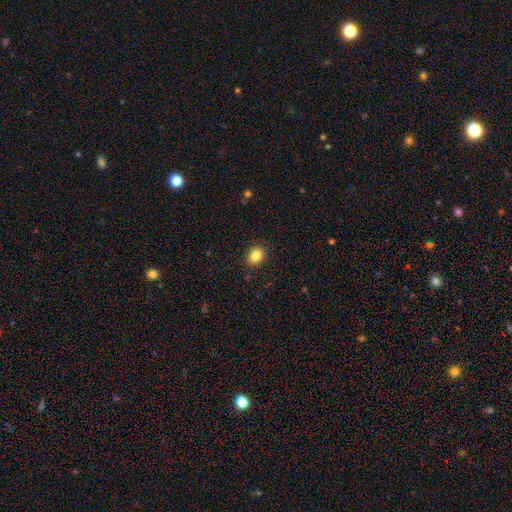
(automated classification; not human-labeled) The model was most divided on "how rounded": round: 53%, in between: 46%, cigar-shaped: 1%. More confident: merging — none (89%); smooth or featured — smooth (85%).